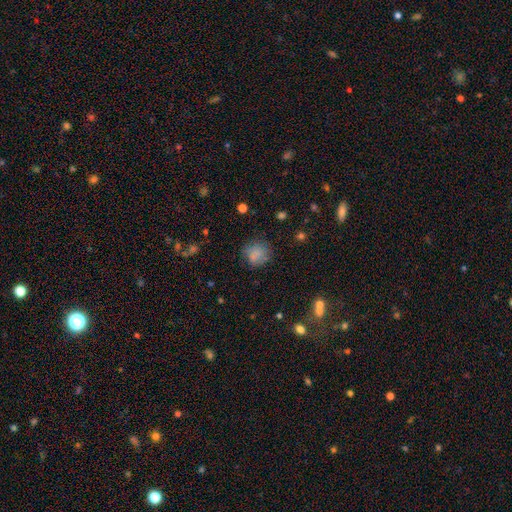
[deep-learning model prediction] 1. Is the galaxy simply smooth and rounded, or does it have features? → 75% smooth, 14% star or artifact, 11% featured or disk.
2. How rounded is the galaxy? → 80% round, 19% in between, 1% cigar-shaped.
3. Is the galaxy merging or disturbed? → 72% none, 18% minor disturbance, 7% major disturbance, 3% merger.